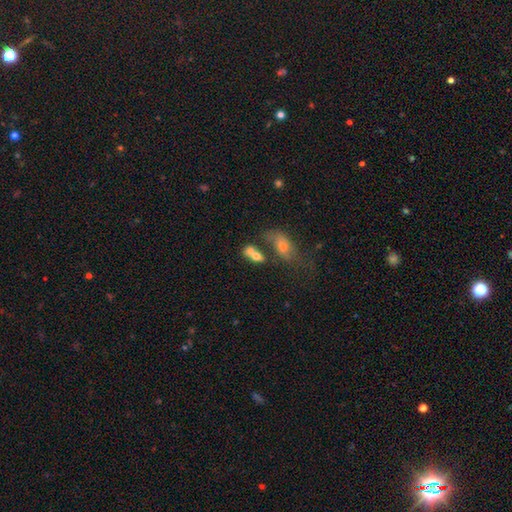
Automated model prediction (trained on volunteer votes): Smooth or featured? Predicted: smooth (p=0.68). How rounded? Predicted: in between (p=0.73). Merging? Predicted: merger (p=0.58).